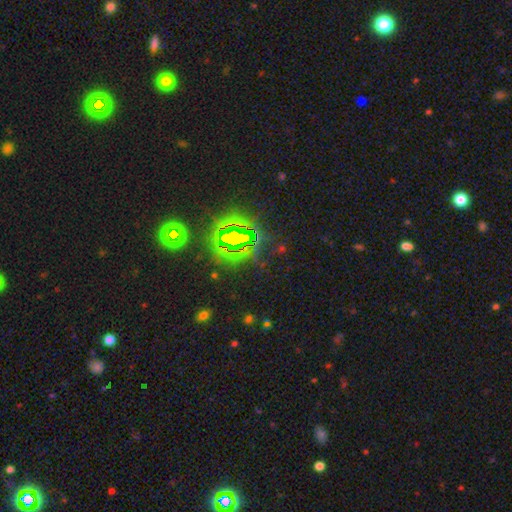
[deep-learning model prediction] smooth-or-featured: star or artifact: 82% | smooth: 11% | featured or disk: 7%